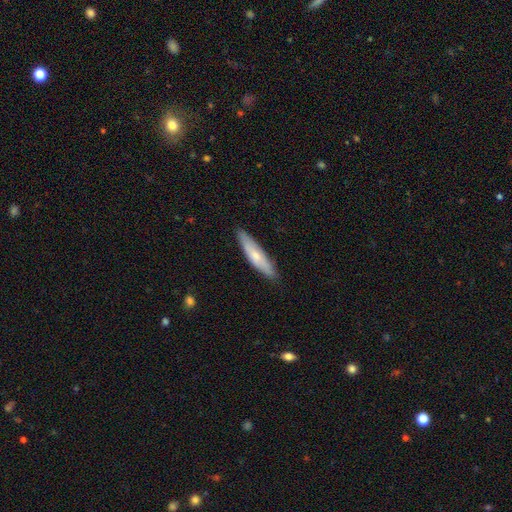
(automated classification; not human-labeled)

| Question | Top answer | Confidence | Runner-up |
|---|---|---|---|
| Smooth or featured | smooth | 61% | featured or disk (34%) |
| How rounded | cigar-shaped | 78% | in between (20%) |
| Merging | none | 86% | minor disturbance (11%) |